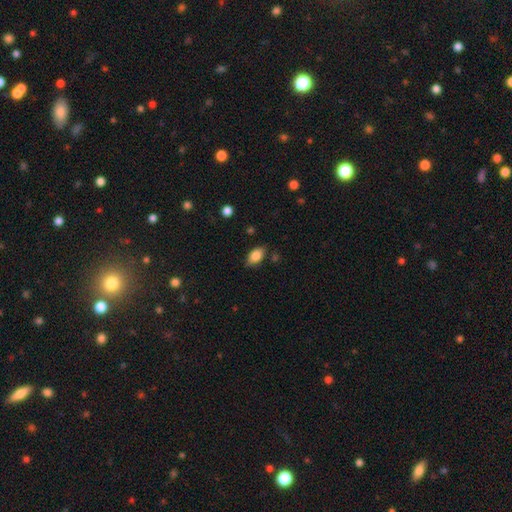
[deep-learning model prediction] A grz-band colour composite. It shows a smooth galaxy with no disk features (83%) that is in between round and cigar-shaped (89%). Merging: none (76%).